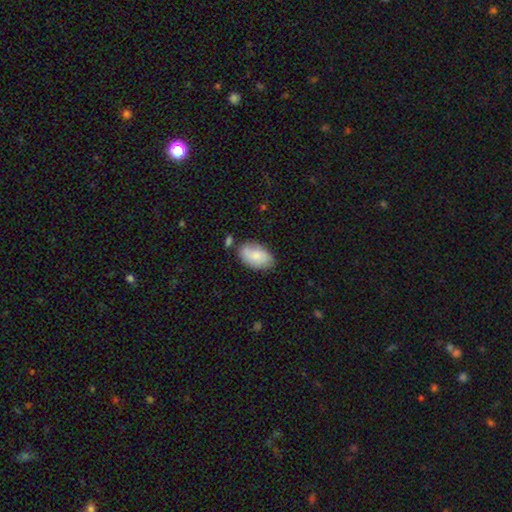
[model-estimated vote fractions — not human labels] Morphology: type=smooth (76%); roundness=in between (92%); merging=none (69%).